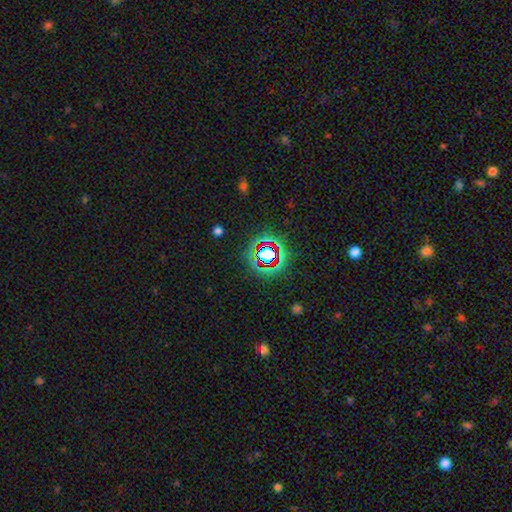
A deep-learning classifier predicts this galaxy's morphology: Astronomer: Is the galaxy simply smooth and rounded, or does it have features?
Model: star or artifact — 69%.